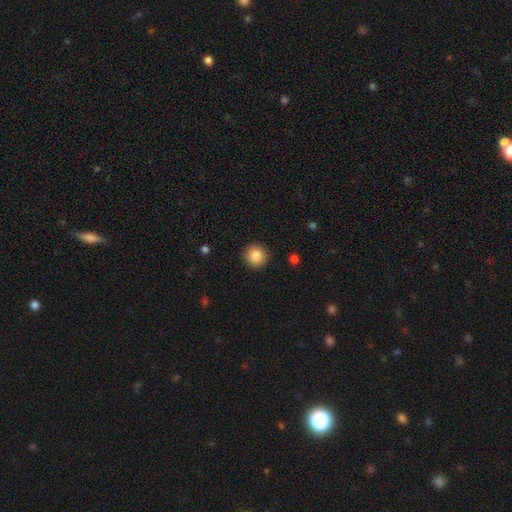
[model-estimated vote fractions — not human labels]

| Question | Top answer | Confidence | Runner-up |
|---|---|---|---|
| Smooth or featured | smooth | 86% | star or artifact (9%) |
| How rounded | round | 94% | in between (5%) |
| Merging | none | 92% | minor disturbance (5%) |